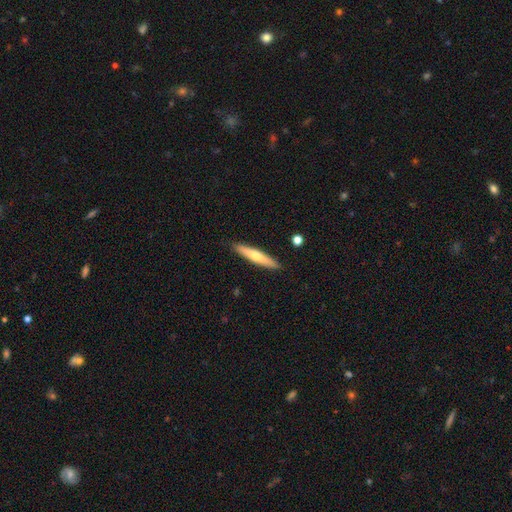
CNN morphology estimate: type=smooth (56%); roundness=cigar-shaped (91%); merging=none (90%).